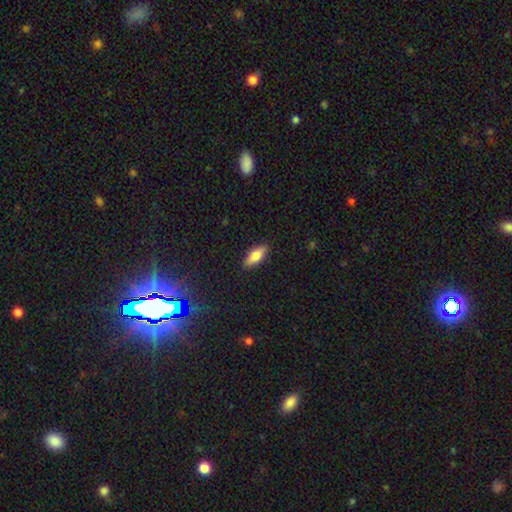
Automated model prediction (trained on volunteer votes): Q: Smooth or featured?
A: smooth (75%); runner-up: featured or disk (18%)
Q: How rounded?
A: in between (73%); runner-up: cigar-shaped (25%)
Q: Merging?
A: none (88%); runner-up: minor disturbance (9%)